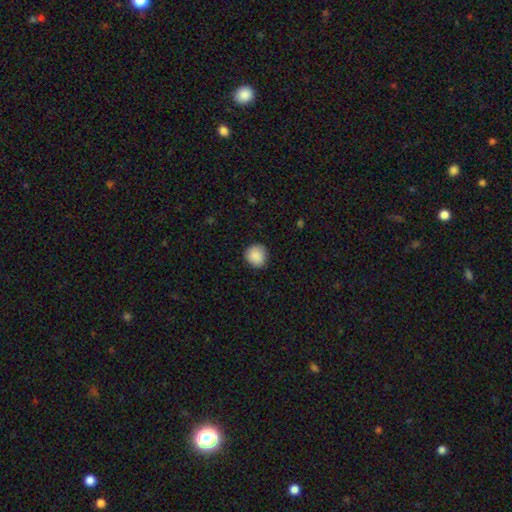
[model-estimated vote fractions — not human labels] Smooth or featured: smooth — 89% (star or artifact — 8%)
How rounded: round — 89% (in between — 10%)
Merging: none — 85% (minor disturbance — 11%)